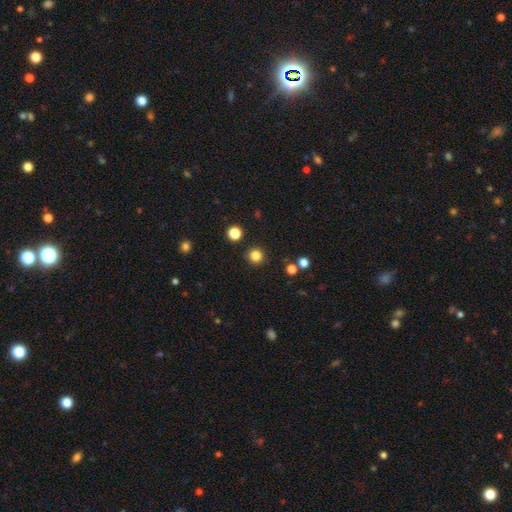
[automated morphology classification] Overall: smooth (83%). How rounded: round (96%). Merging: none (91%).